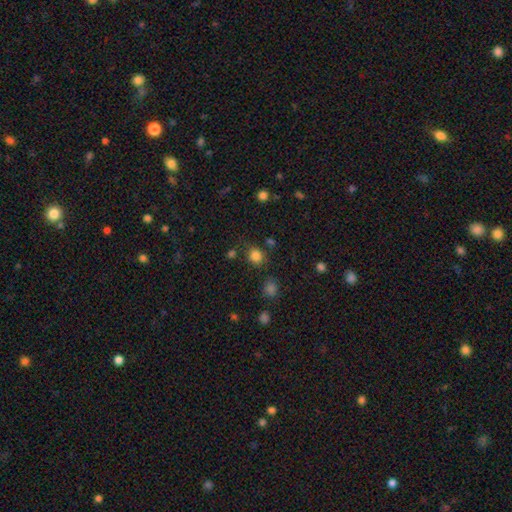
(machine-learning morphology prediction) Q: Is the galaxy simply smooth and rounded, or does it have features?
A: smooth — 81%.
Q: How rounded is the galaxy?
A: round — 74%.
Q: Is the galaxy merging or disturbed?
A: none — 74%.